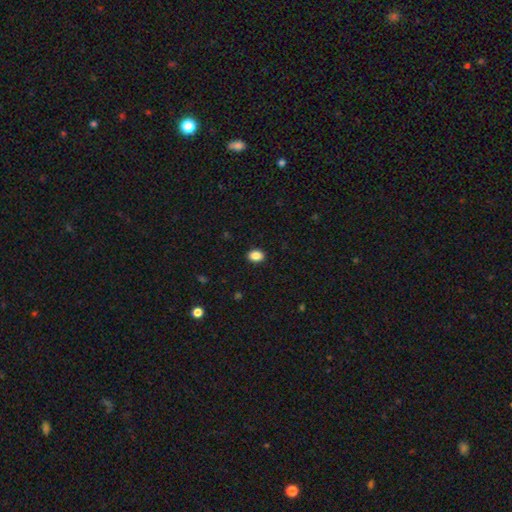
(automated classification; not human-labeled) Morphology: type=smooth (88%); roundness=in between (72%); merging=none (90%).